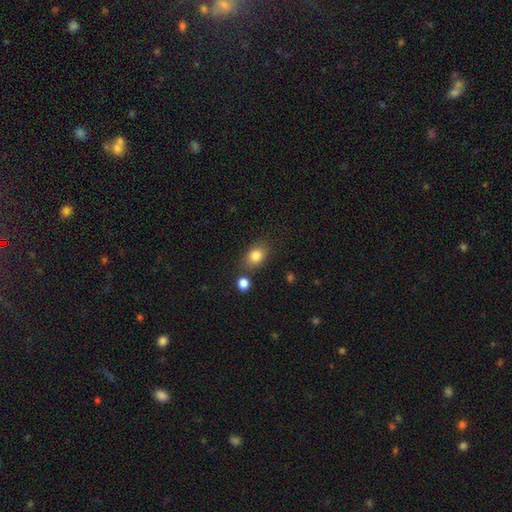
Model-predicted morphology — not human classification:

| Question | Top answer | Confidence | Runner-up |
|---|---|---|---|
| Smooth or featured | smooth | 83% | star or artifact (10%) |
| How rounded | in between | 65% | round (33%) |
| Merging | none | 75% | minor disturbance (13%) |